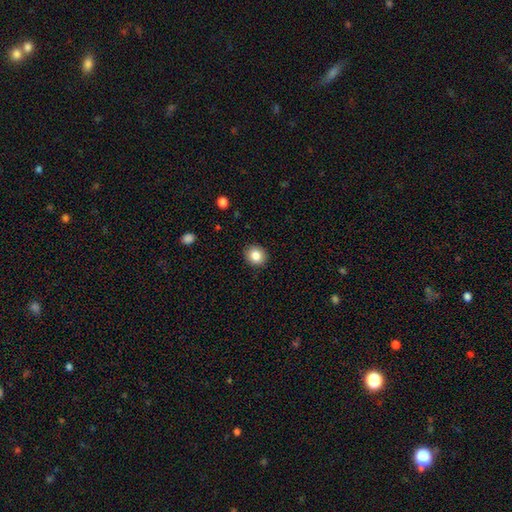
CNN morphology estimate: A smooth galaxy with no disk features (84%) that is round (78%). Merging: none (90%).